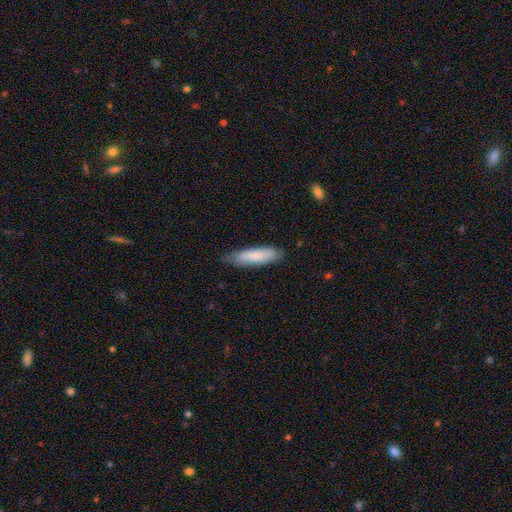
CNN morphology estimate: The model was most divided on "how rounded": cigar-shaped: 70%, in between: 29%, round: 1%. More confident: smooth or featured — smooth (81%); merging — none (77%).